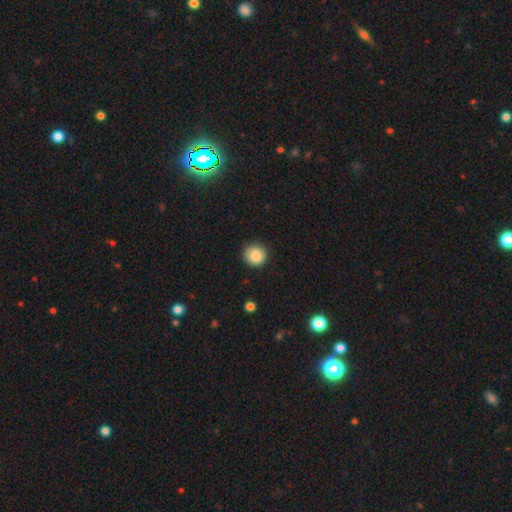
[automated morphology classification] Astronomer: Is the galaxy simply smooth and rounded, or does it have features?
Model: smooth — 86%.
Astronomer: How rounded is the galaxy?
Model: round — 94%.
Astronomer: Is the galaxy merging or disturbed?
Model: none — 87%.